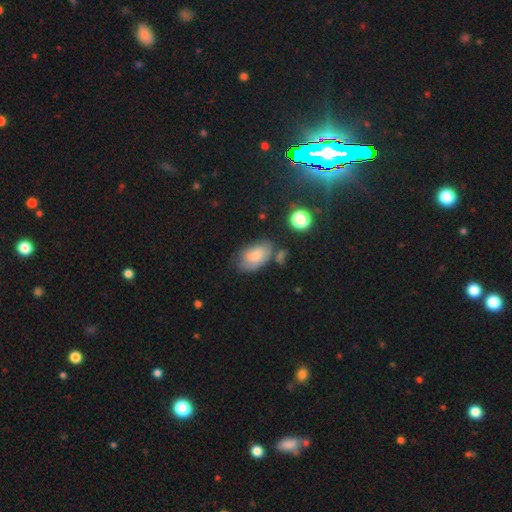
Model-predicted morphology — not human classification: This is likely a smooth galaxy (75%). How rounded: clearly in between (92%). Merging: possibly none (50%).